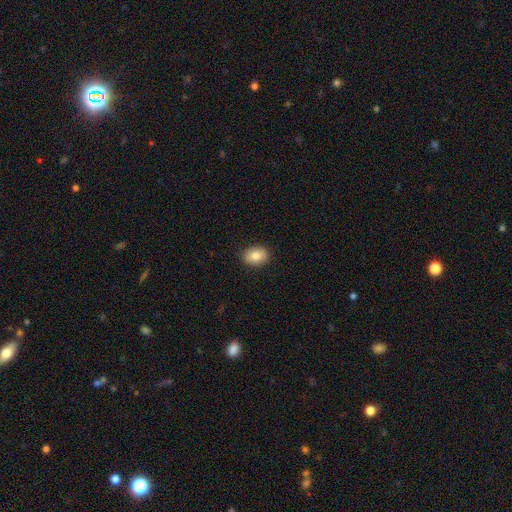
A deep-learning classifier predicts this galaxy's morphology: Smooth or featured: smooth — 82% (featured or disk — 10%)
How rounded: in between — 62% (round — 37%)
Merging: none — 89% (minor disturbance — 8%)